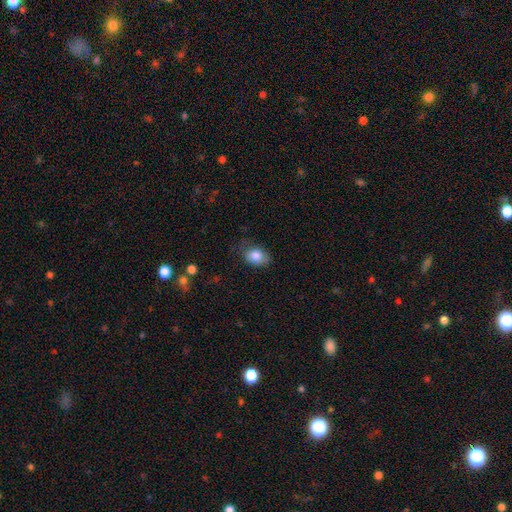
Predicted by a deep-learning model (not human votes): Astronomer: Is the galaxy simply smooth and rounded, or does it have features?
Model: smooth — 84%.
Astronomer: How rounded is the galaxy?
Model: in between — 76%.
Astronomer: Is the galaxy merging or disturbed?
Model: none — 63%.